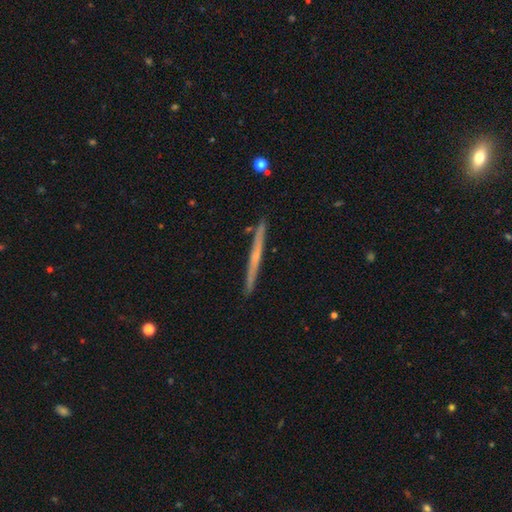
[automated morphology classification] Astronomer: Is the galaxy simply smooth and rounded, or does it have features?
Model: featured or disk — 66%.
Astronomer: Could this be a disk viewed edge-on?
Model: yes — 98%.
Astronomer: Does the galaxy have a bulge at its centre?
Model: none — 60%.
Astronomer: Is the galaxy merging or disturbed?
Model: none — 91%.